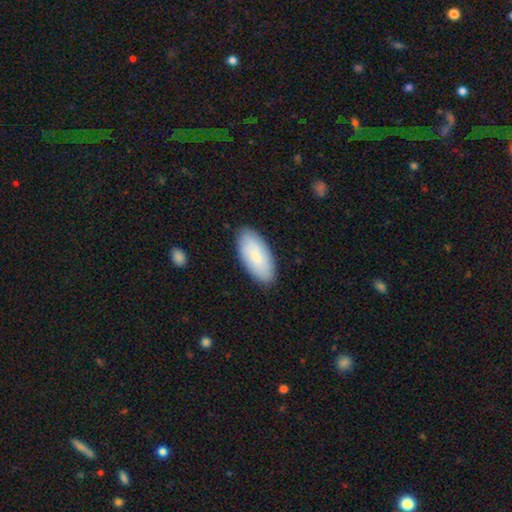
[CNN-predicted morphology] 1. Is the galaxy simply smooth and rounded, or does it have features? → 82% smooth, 13% featured or disk, 5% star or artifact.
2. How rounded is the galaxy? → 92% in between, 7% cigar-shaped, 2% round.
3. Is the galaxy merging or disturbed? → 88% none, 9% minor disturbance, 2% major disturbance, 1% merger.